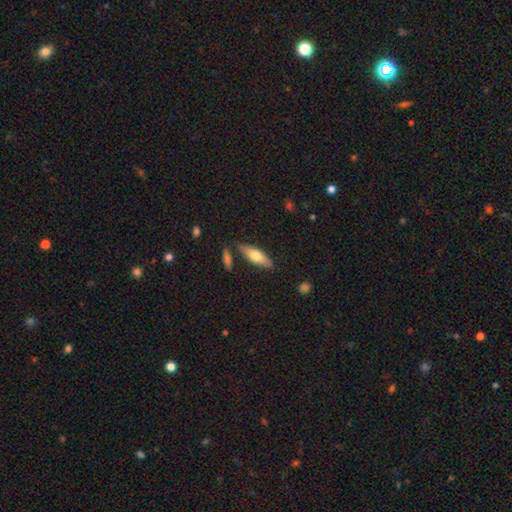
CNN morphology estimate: The model was most divided on "how rounded": cigar-shaped: 52%, in between: 46%, round: 2%. More confident: merging — none (80%); smooth or featured — smooth (59%).